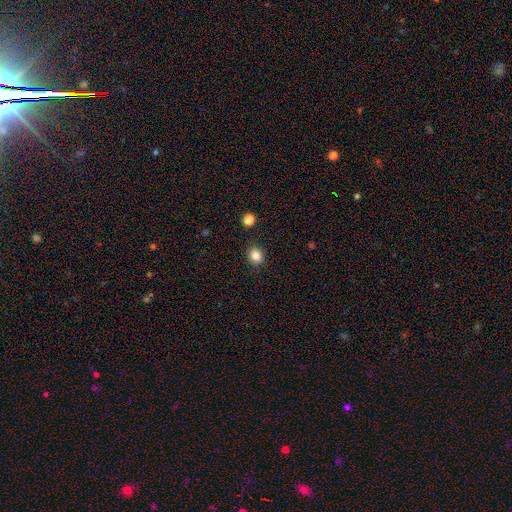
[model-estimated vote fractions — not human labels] Smooth or featured? Predicted: smooth (p=0.83). How rounded? Predicted: round (p=0.68). Merging? Predicted: none (p=0.89).